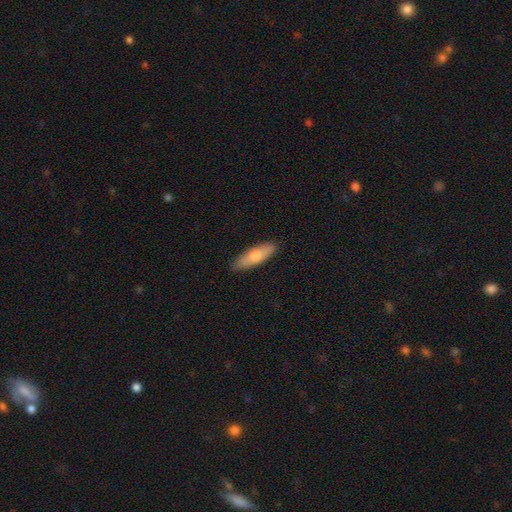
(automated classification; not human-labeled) smooth 71%, featured or disk 23%, star or artifact 6%. Down the decision tree: how rounded — cigar-shaped (55%); merging — none (88%).